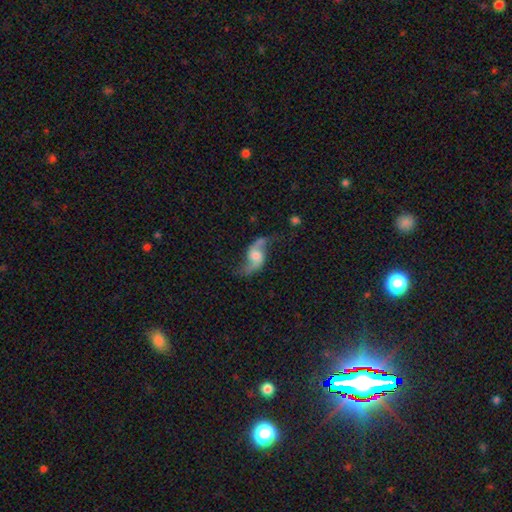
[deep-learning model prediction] Smooth or featured: featured or disk — 85% (smooth — 9%)
Edge-on disk: no — 96% (yes — 4%)
Bar: no — 53% (weak — 36%)
Spiral arms: yes — 96% (no — 4%)
Spiral winding: loose — 86% (medium — 12%)
Spiral arm count: 2 — 93% (1 — 2%)
Bulge size: moderate — 43% (small — 23%)
Merging: none — 70% (minor disturbance — 16%)